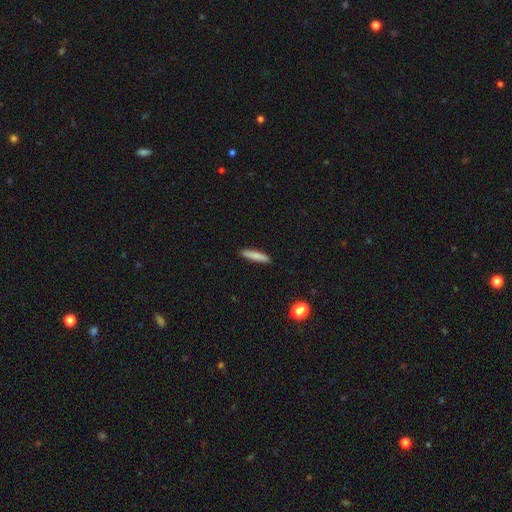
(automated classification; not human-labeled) Morphology: type=smooth (81%); roundness=cigar-shaped (88%); merging=none (91%).